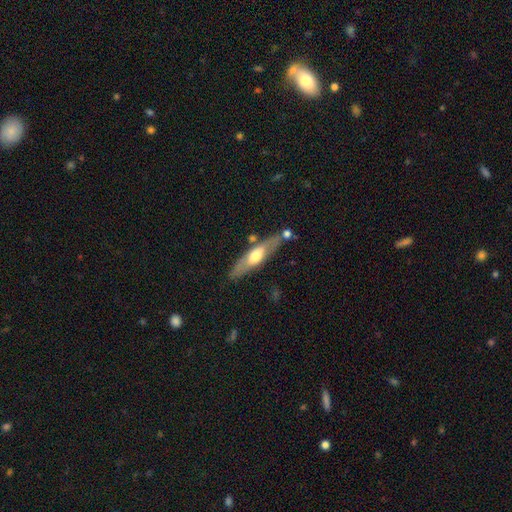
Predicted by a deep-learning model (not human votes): smooth_or_featured: featured or disk (p=0.54) [alt: smooth p=0.40]
disk_edge_on: yes (p=0.73) [alt: no p=0.27]
merging: none (p=0.74) [alt: minor disturbance p=0.14]